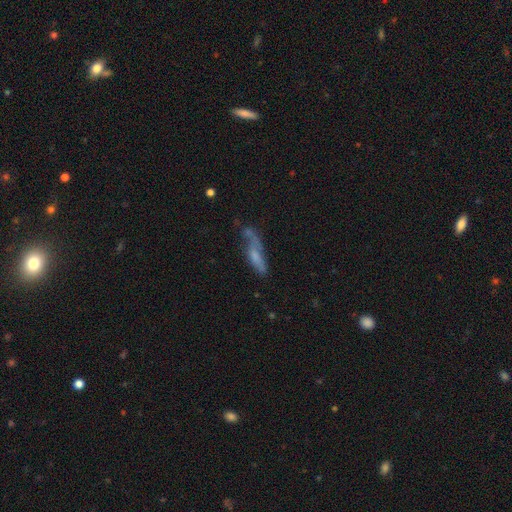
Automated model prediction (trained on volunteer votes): Smooth or featured? Predicted: smooth (p=0.55). How rounded? Predicted: cigar-shaped (p=0.66). Merging? Predicted: none (p=0.34).